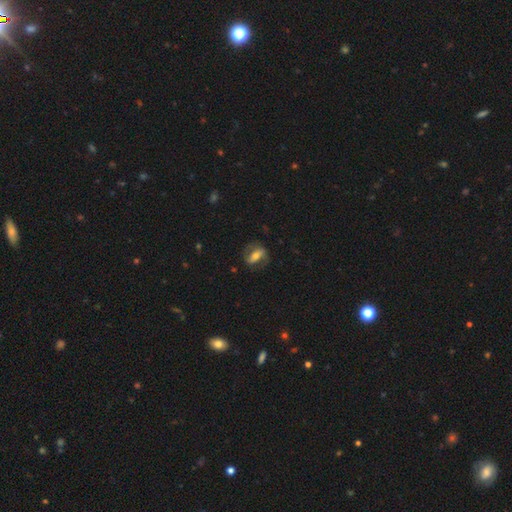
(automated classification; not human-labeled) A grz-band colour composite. It shows a featured or disk galaxy (59%) with a strong bar (51%), spiral arms (72%) and a moderate central bulge (55%). Merging: none (69%).